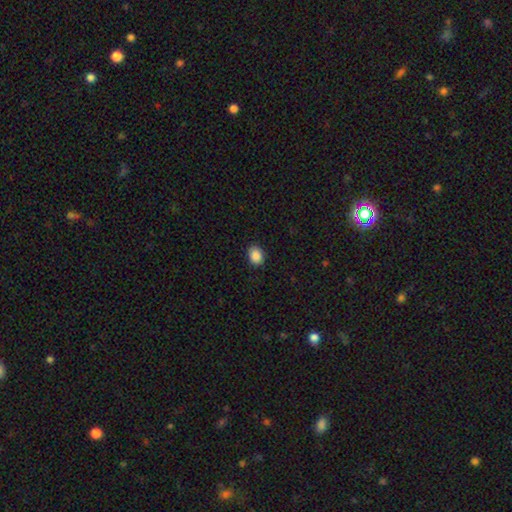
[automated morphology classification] Smooth or featured? Predicted: smooth (p=0.89). How rounded? Predicted: in between (p=0.62). Merging? Predicted: none (p=0.88).